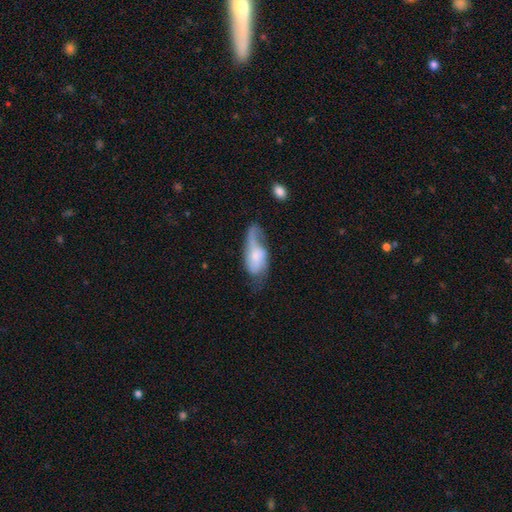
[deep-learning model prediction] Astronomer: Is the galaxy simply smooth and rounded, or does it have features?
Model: featured or disk — 57% (runner-up: smooth, 36%).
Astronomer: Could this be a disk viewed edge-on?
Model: no — 88%.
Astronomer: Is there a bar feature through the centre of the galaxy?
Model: no — 63%.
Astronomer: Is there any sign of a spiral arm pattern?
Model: yes — 84%.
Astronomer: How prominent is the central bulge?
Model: small — 40% (runner-up: moderate, 31%).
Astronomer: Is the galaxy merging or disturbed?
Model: none — 40% (runner-up: minor disturbance, 29%).